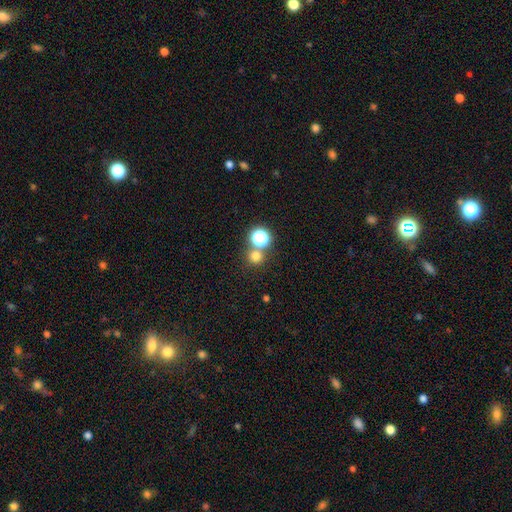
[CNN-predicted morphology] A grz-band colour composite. It shows a smooth galaxy with no disk features (70%) that is round (91%). Merging: none (70%).